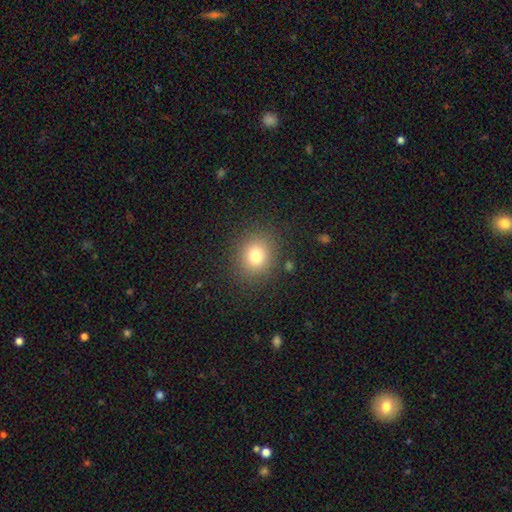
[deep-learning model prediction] This appears to be a smooth galaxy with no disk features (77%) that is round (74%). Merging: none (86%).